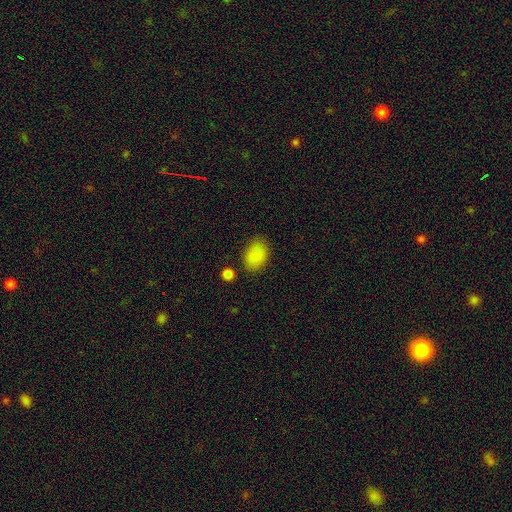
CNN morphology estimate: This is clearly a smooth galaxy (86%). How rounded: clearly in between (82%). Merging: likely none (79%).